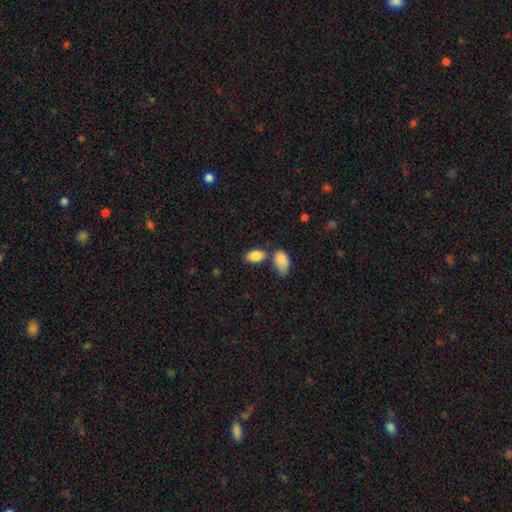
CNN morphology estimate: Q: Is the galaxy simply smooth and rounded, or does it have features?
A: smooth — 86%.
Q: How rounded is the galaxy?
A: in between — 93%.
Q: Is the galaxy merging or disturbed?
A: none — 59%.